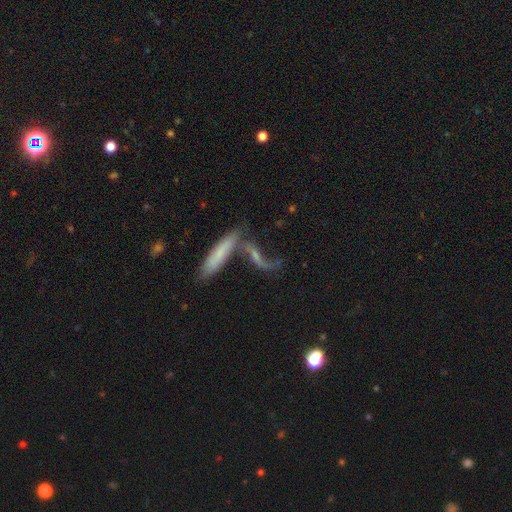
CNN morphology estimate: This is possibly a featured or disk galaxy (59%). It is likely not viewed edge-on (64%). Merging: marginally merger (42%).